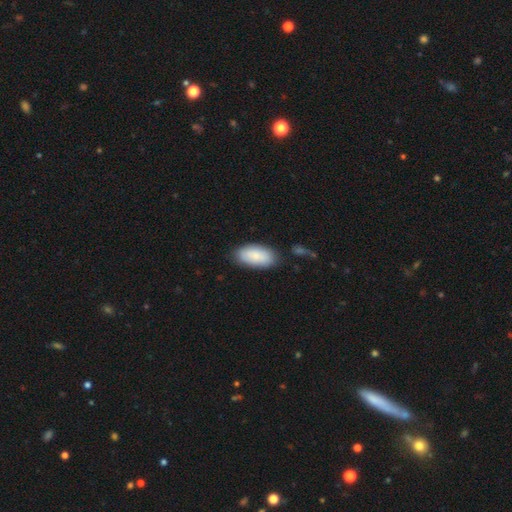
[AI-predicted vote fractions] A smooth galaxy with no disk features (84%) that is in between round and cigar-shaped (92%).

Vote fractions:
- Smooth or featured? smooth: 84% / featured or disk: 10% / star or artifact: 6%
- How rounded? in between: 92% / cigar-shaped: 6% / round: 2%
- Merging? none: 78% / minor disturbance: 16% / major disturbance: 3% / merger: 3%